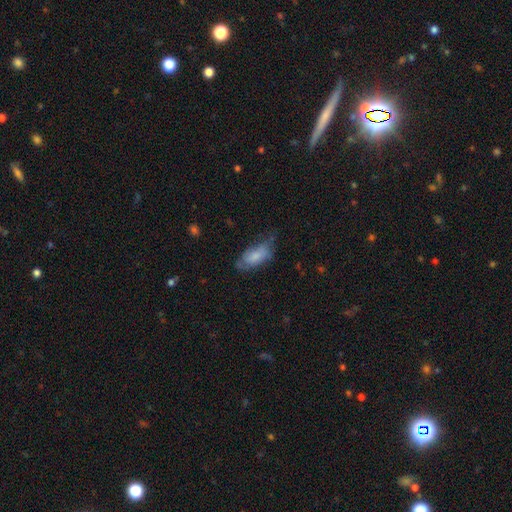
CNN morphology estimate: Smooth or featured? Predicted: smooth (p=0.72). How rounded? Predicted: in between (p=0.85). Merging? Predicted: none (p=0.49).